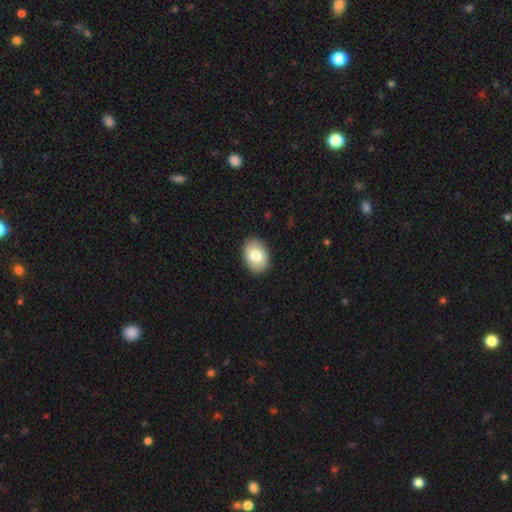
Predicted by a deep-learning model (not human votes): smooth-or-featured: smooth: 81% | featured or disk: 13% | star or artifact: 7%
  how-rounded: in between: 82% | round: 17% | cigar-shaped: 1%
  merging: none: 90% | minor disturbance: 8% | major disturbance: 2% | merger: 1%